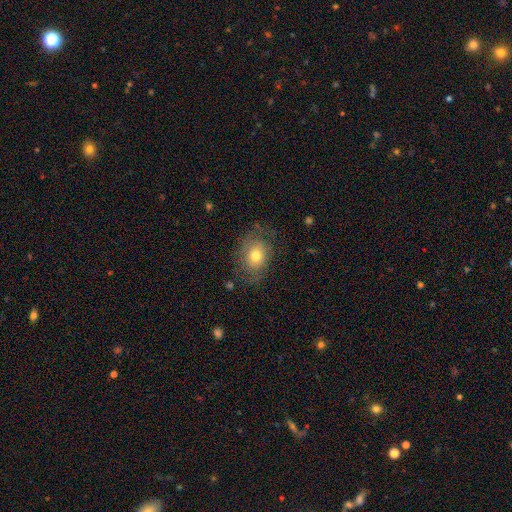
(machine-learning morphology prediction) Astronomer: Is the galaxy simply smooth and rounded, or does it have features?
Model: smooth — 63%.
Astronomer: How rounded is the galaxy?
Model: in between — 57% (runner-up: round, 42%).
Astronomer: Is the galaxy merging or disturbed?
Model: none — 66%.